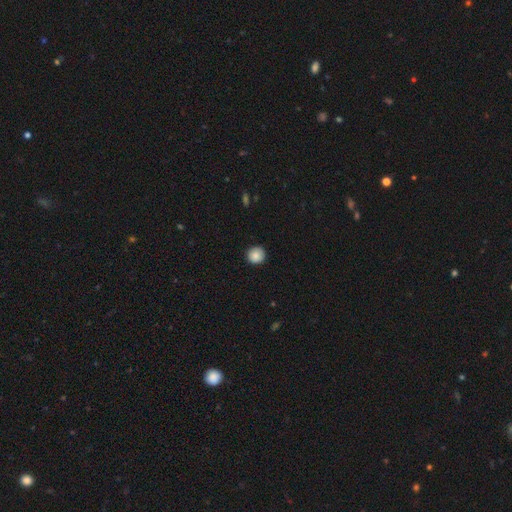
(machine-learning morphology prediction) smooth_or_featured: smooth (p=0.86) [alt: star or artifact p=0.08]
how_rounded: round (p=0.94) [alt: in between p=0.05]
merging: none (p=0.90) [alt: minor disturbance p=0.08]